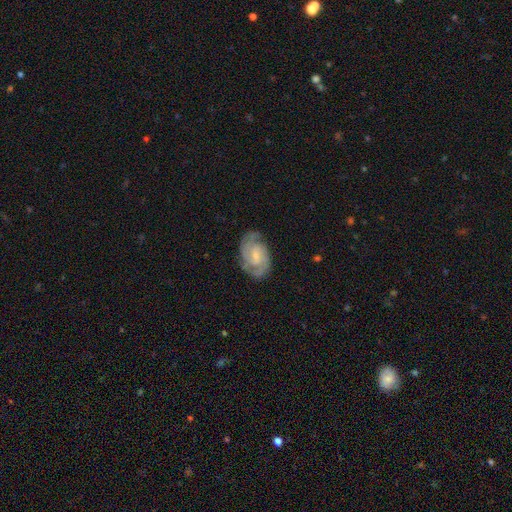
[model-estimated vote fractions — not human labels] Smooth or featured? featured or disk (85%)
Edge-on disk? no (97%)
Bar? no (53%)
Spiral arms? yes (97%)
Spiral winding? tight (54%)
Spiral arm count? 2 (58%)
Bulge size? small (69%)
Merging? none (76%)